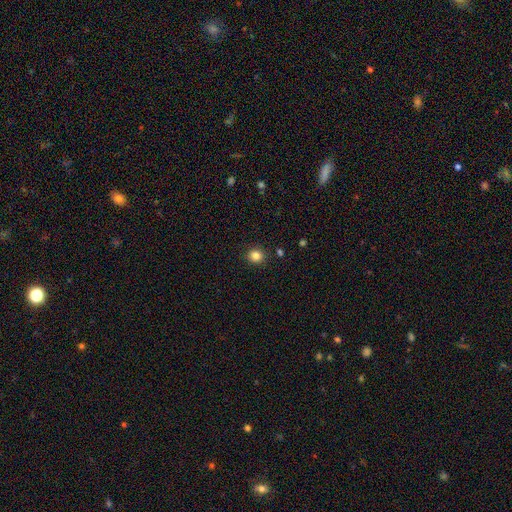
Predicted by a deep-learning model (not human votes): This is clearly a smooth galaxy (84%). How rounded: clearly round (86%). Merging: clearly none (90%).